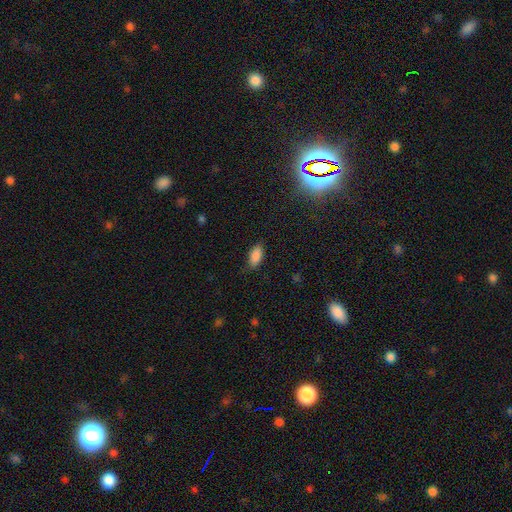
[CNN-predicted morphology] smooth_or_featured: smooth (p=0.87) [alt: star or artifact p=0.08]
how_rounded: in between (p=0.90) [alt: cigar-shaped p=0.07]
merging: none (p=0.81) [alt: minor disturbance p=0.15]